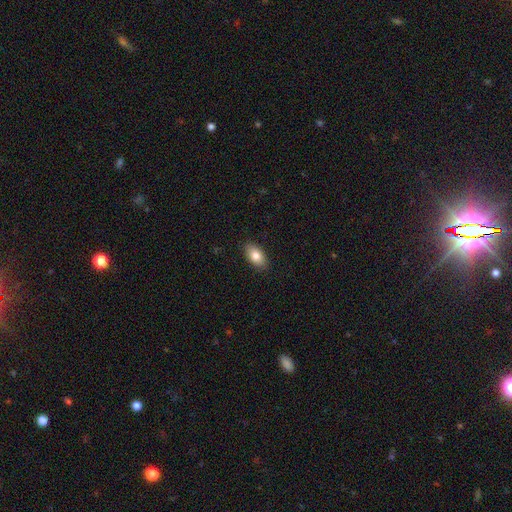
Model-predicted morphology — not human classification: Smooth or featured? smooth (82%)
How rounded? in between (92%)
Merging? none (89%)